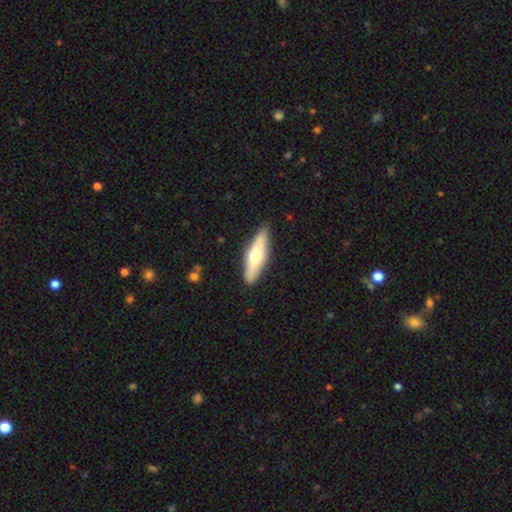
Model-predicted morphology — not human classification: A smooth galaxy with no disk features (50%) that is cigar-shaped (64%). Merging: none (87%).